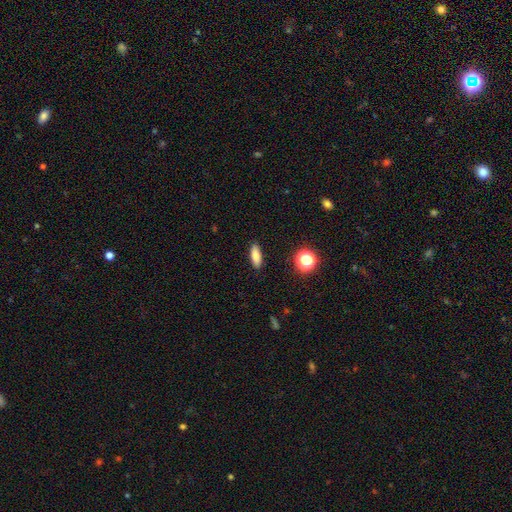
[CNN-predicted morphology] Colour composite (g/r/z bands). It shows a smooth galaxy with no disk features (81%) that is in between round and cigar-shaped (54%). Merging: none (90%).